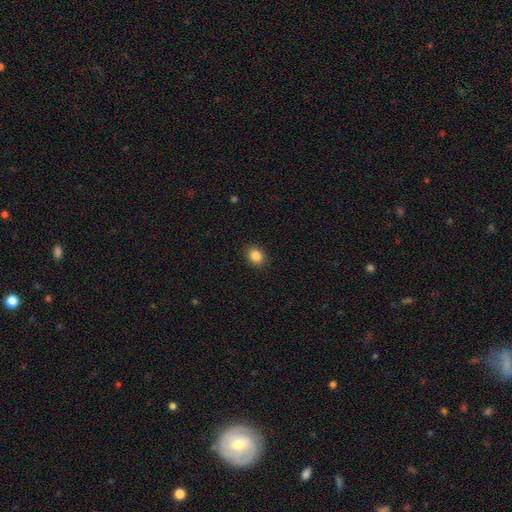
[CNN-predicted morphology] Overall: smooth (86%). How rounded: round (57%; in between 42%). Merging: none (90%).